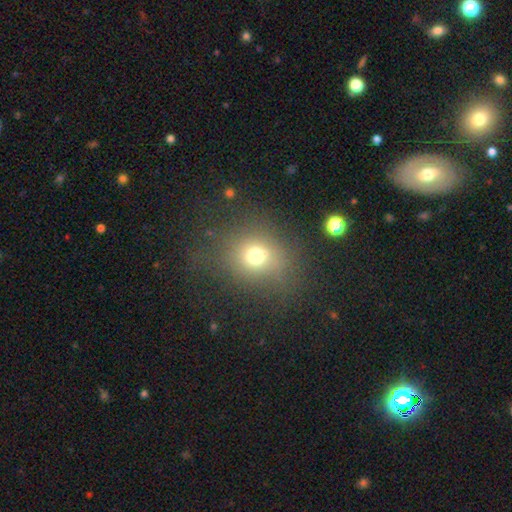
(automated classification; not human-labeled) This appears to be a smooth galaxy with no disk features (67%) that is round (75%). Merging: none (70%).